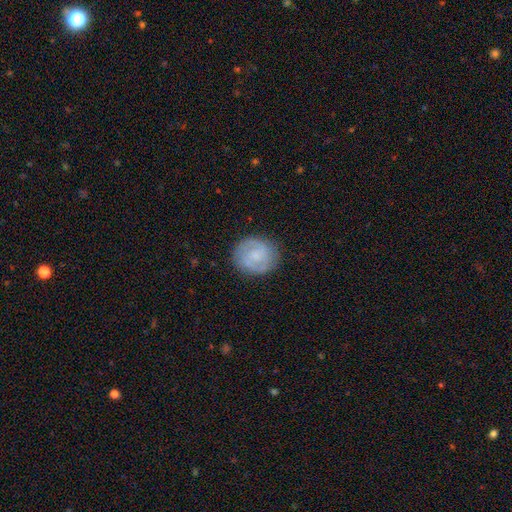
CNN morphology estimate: The model was most divided on "spiral winding": medium: 44%, tight: 41%, loose: 15%. Remaining: edge-on disk — no (98%); spiral arms — yes (87%); merging — none (83%); spiral arm count — 2 (75%); smooth or featured — featured or disk (60%); bar — no (48%); bulge size — small (41%).